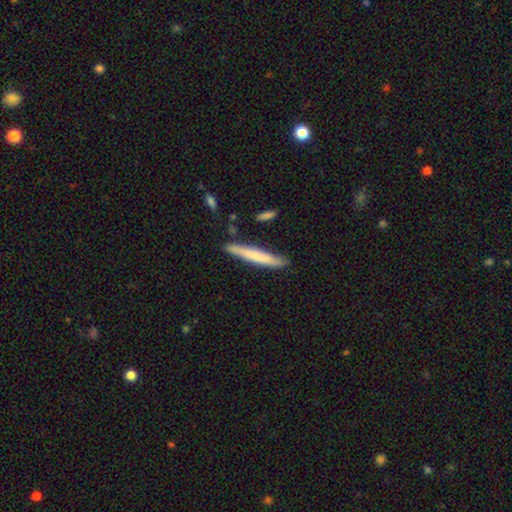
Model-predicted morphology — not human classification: Smooth or featured?
  - smooth: 63% *
  - featured or disk: 31%
  - star or artifact: 5%
How rounded?
  - cigar-shaped: 95% *
  - in between: 3%
  - round: 1%
Merging?
  - none: 85% *
  - minor disturbance: 11%
  - merger: 2%
  - major disturbance: 2%